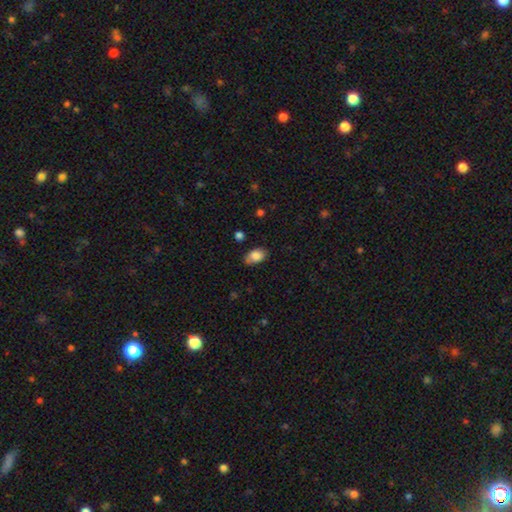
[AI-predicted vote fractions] Smooth or featured? smooth (83%)
How rounded? in between (86%)
Merging? none (65%)